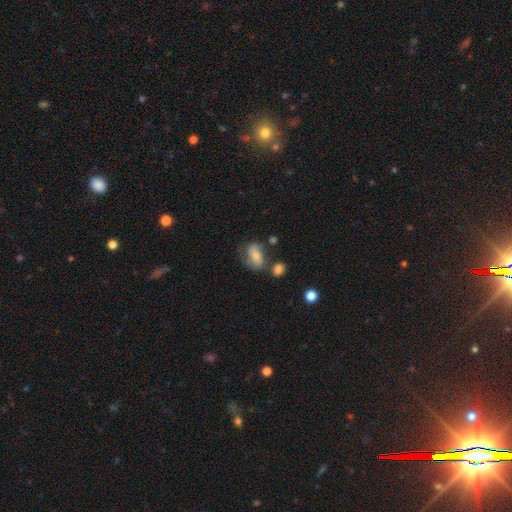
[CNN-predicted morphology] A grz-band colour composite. It shows a smooth galaxy with no disk features (57%) that is in between round and cigar-shaped (80%). Merging: none (45%).